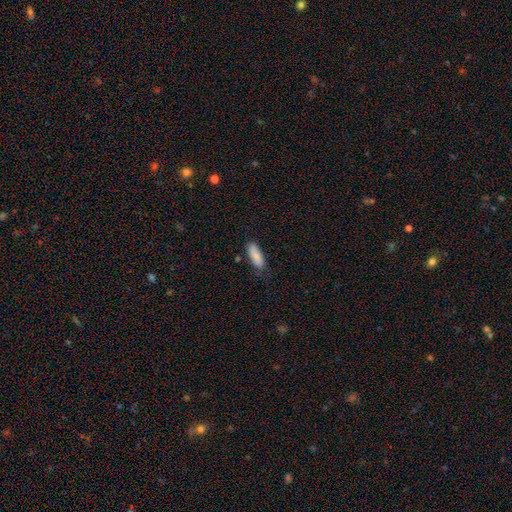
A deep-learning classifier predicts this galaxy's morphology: smooth 86%, featured or disk 8%, star or artifact 6%. Down the decision tree: how rounded — in between (69%); merging — none (77%).